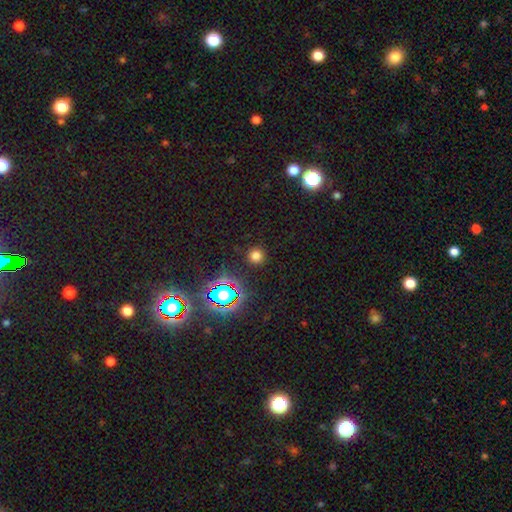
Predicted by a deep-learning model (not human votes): Overall: smooth (71%). How rounded: round (93%). Merging: none (89%).